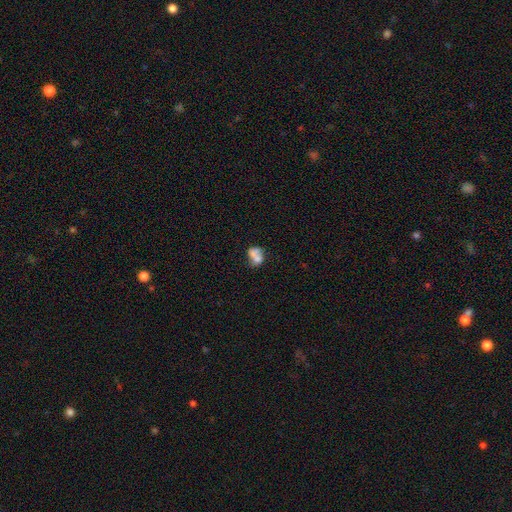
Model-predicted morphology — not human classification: The model was most divided on "how rounded": in between: 62%, round: 36%, cigar-shaped: 2%. More confident: smooth or featured — smooth (64%); merging — merger (57%).